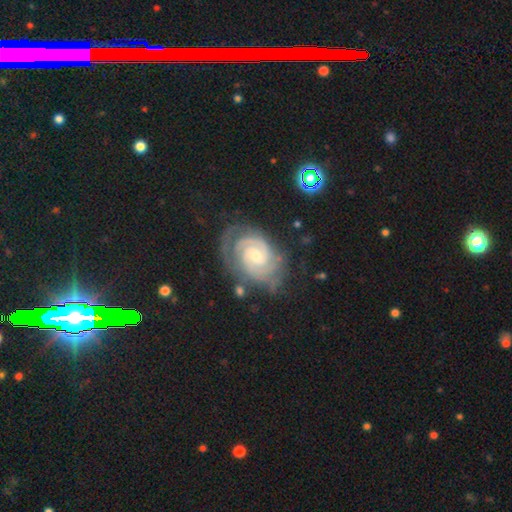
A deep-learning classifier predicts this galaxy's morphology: type=featured or disk (90%); edge-on=no (98%); bar=no (52%); spiral arms=yes (98%); winding=tight (78%); arm count=2 (61%); bulge=small (55%); merging=none (69%).